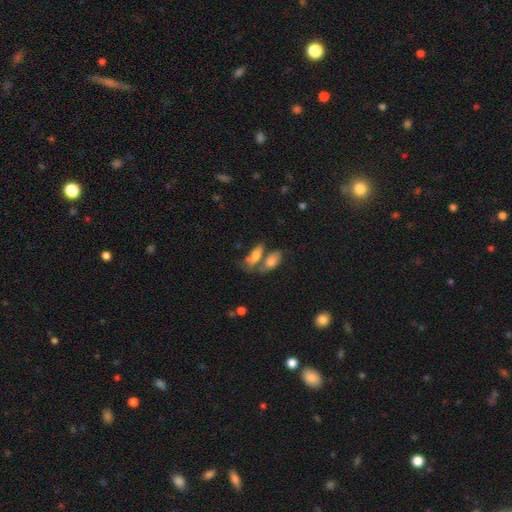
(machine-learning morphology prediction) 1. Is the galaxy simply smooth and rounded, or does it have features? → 70% smooth, 21% featured or disk, 9% star or artifact.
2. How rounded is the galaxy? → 81% in between, 14% cigar-shaped, 5% round.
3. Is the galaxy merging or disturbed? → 46% merger, 33% none, 13% minor disturbance, 8% major disturbance.